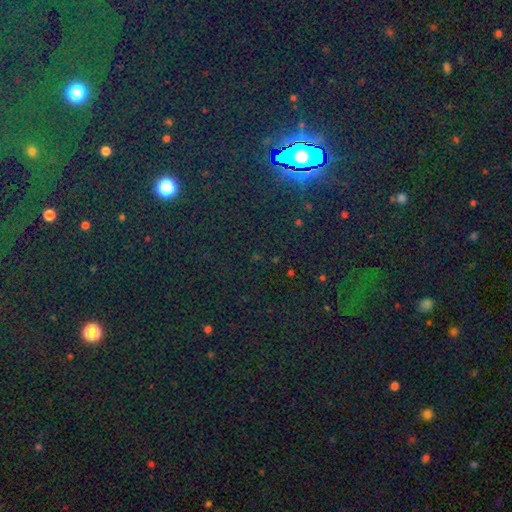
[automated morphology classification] This appears to be a star or artifact, not a galaxy (79%).